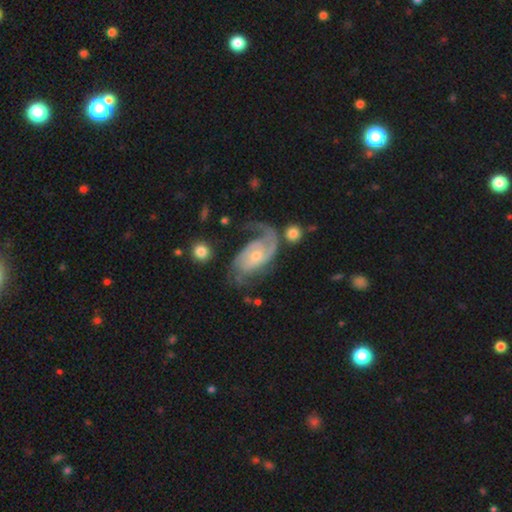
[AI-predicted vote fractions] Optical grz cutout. It shows a featured or disk galaxy (87%) with no bar (61%), 2 (62%) medium (43%) spiral arms (96%) and a small central bulge (55%). Merging: none (49%).